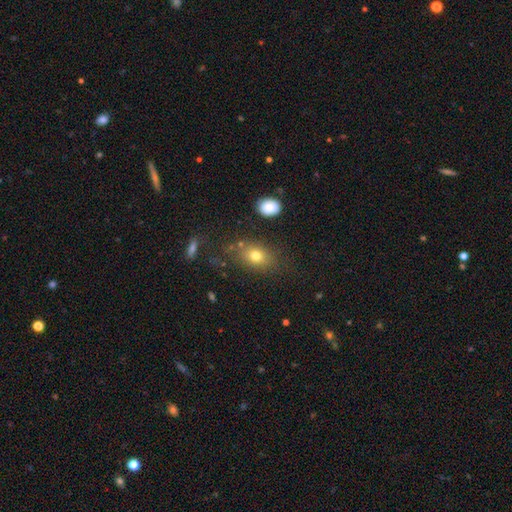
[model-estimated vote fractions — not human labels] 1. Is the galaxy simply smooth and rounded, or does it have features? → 74% smooth, 13% star or artifact, 13% featured or disk.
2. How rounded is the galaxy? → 68% in between, 30% round, 2% cigar-shaped.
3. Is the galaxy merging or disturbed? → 74% none, 14% minor disturbance, 8% major disturbance, 4% merger.